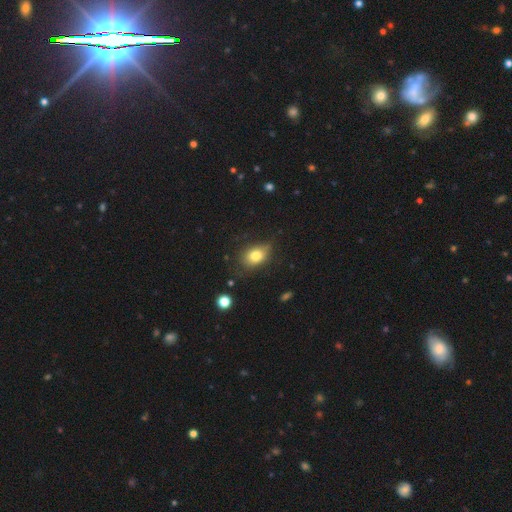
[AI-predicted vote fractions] This appears to be a smooth galaxy with no disk features (78%) that is in between round and cigar-shaped (76%). Merging: none (66%).